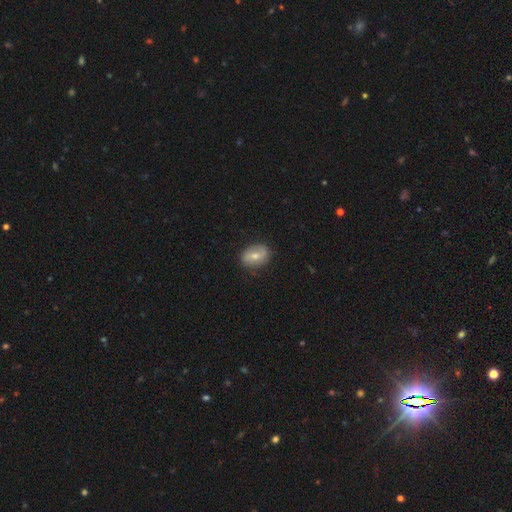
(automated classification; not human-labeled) Morphology: type=smooth (51%); roundness=in between (73%); merging=none (81%).